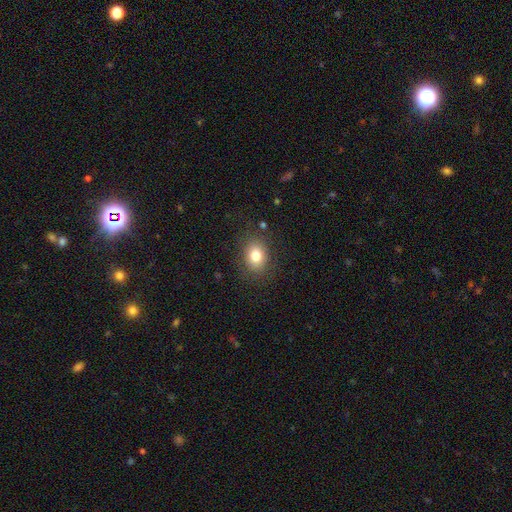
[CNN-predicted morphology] Q: Smooth or featured?
A: smooth (80%); runner-up: star or artifact (11%)
Q: How rounded?
A: in between (56%); runner-up: round (44%)
Q: Merging?
A: none (84%); runner-up: minor disturbance (11%)